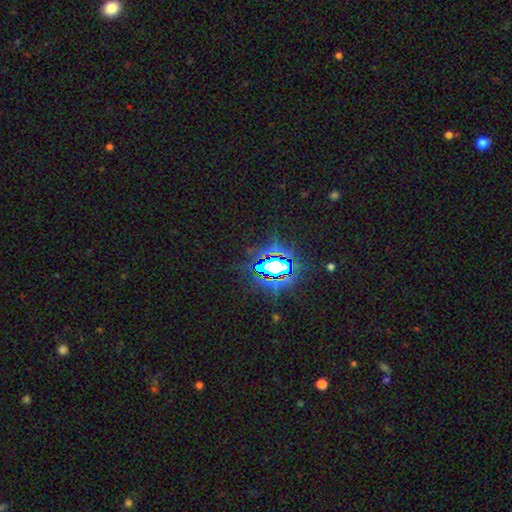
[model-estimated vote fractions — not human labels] A star or artifact, not a galaxy (83%).

Vote fractions:
- Smooth or featured? star or artifact: 83% / smooth: 11% / featured or disk: 6%